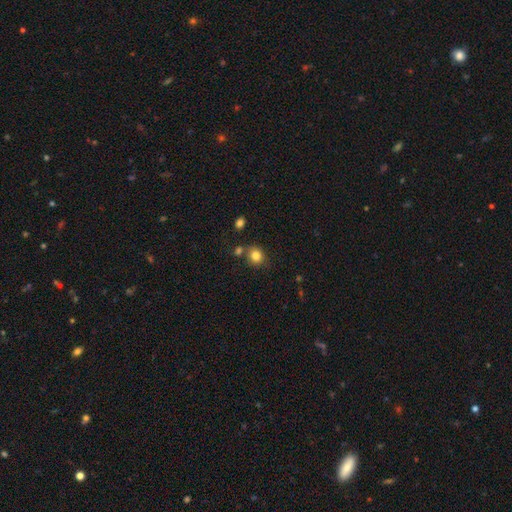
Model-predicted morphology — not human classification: The model was most divided on "merging": none: 70%, merger: 14%, minor disturbance: 12%, major disturbance: 3%. More confident: smooth or featured — smooth (82%); how rounded — round (79%).